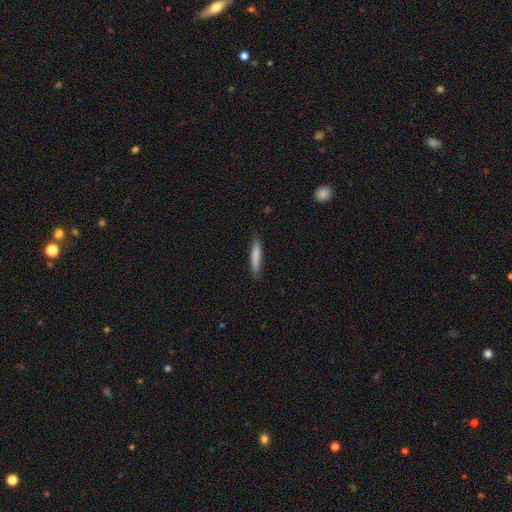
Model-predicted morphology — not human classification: Q: Smooth or featured?
A: smooth (81%); runner-up: featured or disk (13%)
Q: How rounded?
A: cigar-shaped (89%); runner-up: in between (9%)
Q: Merging?
A: none (84%); runner-up: minor disturbance (13%)